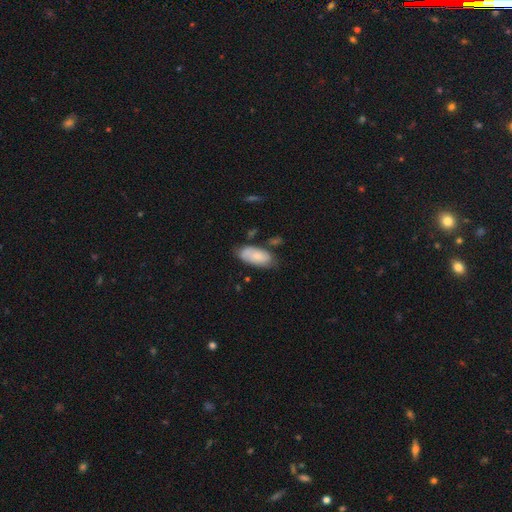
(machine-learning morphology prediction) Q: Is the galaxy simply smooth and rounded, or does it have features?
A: smooth — 74%.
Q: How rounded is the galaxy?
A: in between — 91%.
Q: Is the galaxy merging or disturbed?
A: none — 64%.